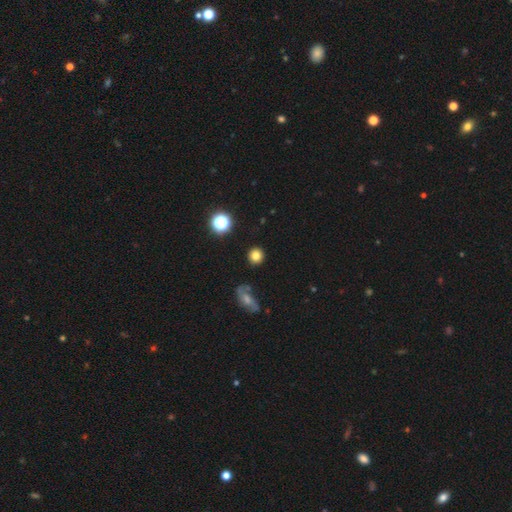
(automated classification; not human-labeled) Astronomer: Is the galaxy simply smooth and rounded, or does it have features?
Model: smooth — 79%.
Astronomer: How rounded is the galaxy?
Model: round — 91%.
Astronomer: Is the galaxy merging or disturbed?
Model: none — 87%.